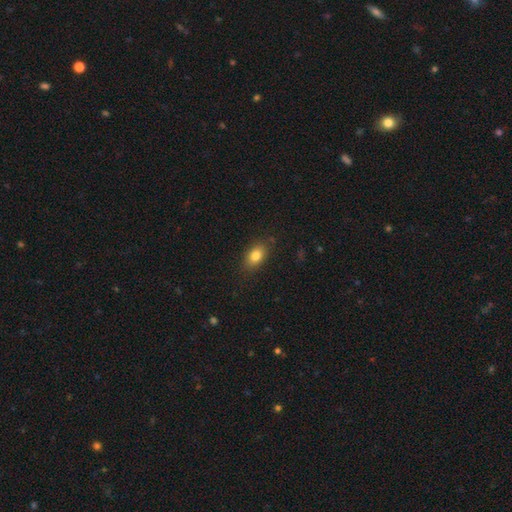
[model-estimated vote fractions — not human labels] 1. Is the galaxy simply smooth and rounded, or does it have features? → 82% smooth, 9% featured or disk, 9% star or artifact.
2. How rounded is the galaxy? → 83% in between, 14% round, 3% cigar-shaped.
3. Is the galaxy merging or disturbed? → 83% none, 13% minor disturbance, 3% major disturbance, 1% merger.